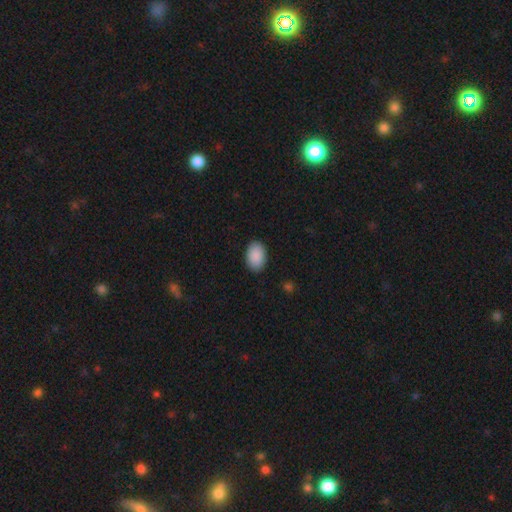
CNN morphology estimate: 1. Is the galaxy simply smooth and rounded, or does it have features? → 91% smooth, 6% star or artifact, 3% featured or disk.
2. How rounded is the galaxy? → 88% in between, 11% round, 1% cigar-shaped.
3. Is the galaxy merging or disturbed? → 89% none, 8% minor disturbance, 2% major disturbance, 1% merger.